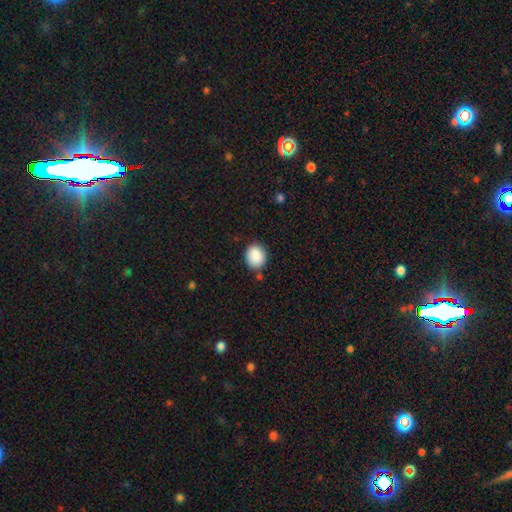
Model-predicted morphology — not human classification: Smooth or featured? smooth (89%)
How rounded? round (58%)
Merging? none (82%)